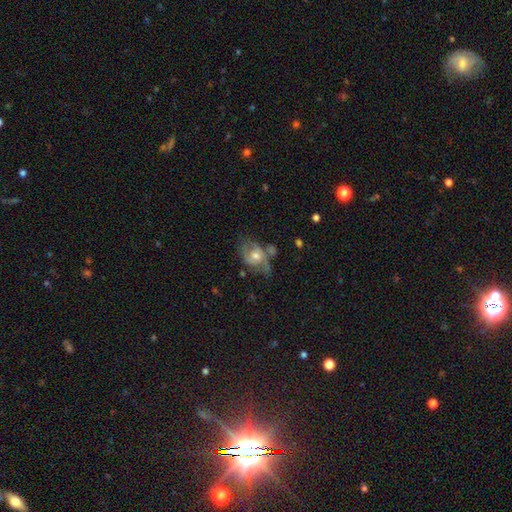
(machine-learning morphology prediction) featured or disk 67%, smooth 25%, star or artifact 8%. Down the decision tree: edge-on disk — no (96%); bar — no (73%); spiral arms — yes (82%); spiral arm count — 2 (74%); spiral winding — medium (46%); bulge size — moderate (68%); merging — none (45%).